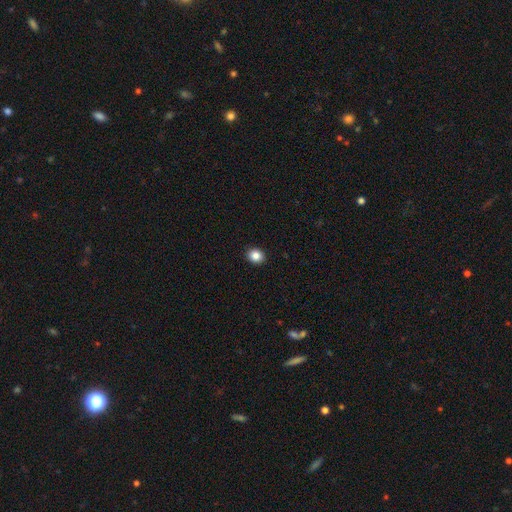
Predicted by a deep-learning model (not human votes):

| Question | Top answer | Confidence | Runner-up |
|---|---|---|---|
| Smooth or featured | smooth | 86% | star or artifact (10%) |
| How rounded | round | 67% | in between (32%) |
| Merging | none | 92% | minor disturbance (5%) |